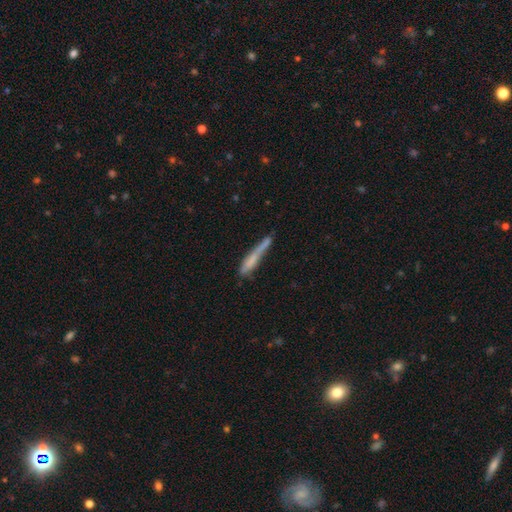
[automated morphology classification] smooth 58%, featured or disk 33%, star or artifact 9%. Down the decision tree: how rounded — cigar-shaped (92%); merging — none (54%).